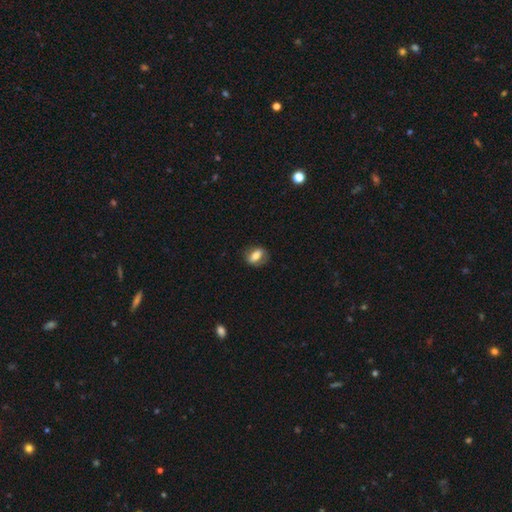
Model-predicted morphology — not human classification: Smooth or featured? Predicted: smooth (p=0.65). How rounded? Predicted: in between (p=0.76). Merging? Predicted: none (p=0.75).